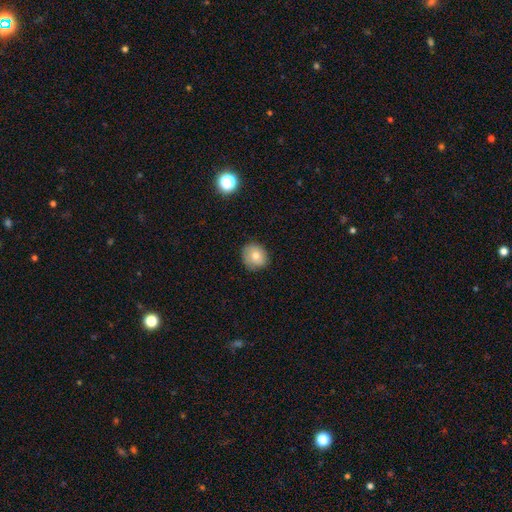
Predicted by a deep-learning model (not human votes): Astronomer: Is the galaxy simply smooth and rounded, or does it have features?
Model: smooth — 75%.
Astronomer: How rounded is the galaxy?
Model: round — 78%.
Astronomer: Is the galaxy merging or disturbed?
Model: none — 81%.